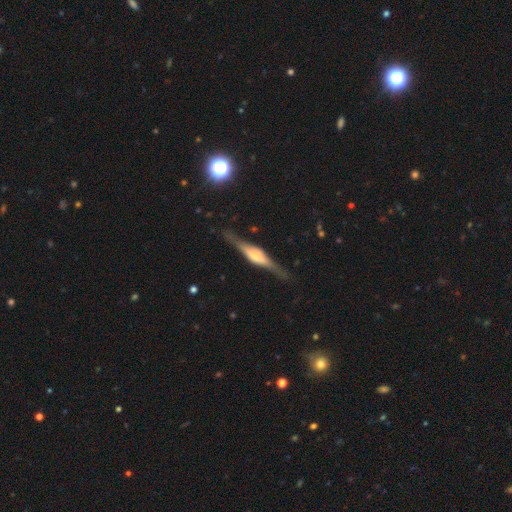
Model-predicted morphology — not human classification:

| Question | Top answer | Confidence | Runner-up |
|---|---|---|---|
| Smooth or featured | featured or disk | 79% | smooth (16%) |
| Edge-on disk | yes | 97% | no (3%) |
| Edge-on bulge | rounded | 70% | boxy (27%) |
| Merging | none | 85% | minor disturbance (11%) |